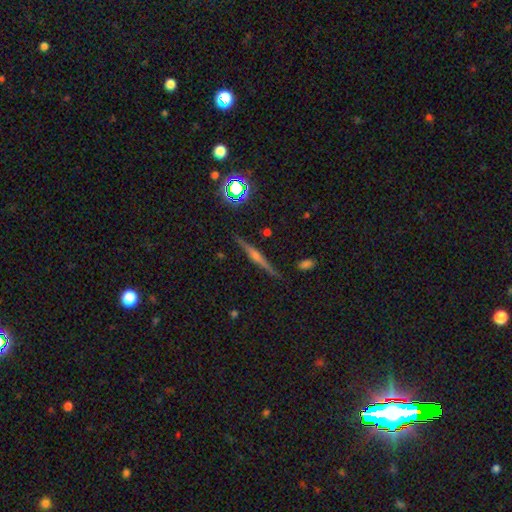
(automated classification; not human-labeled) smooth-or-featured: featured or disk: 73% | smooth: 16% | star or artifact: 11%
  disk-edge-on: yes: 98% | no: 2%
    edge-on-bulge: rounded: 80% | boxy: 10% | none: 10%
  merging: none: 90% | minor disturbance: 7% | major disturbance: 2% | merger: 2%